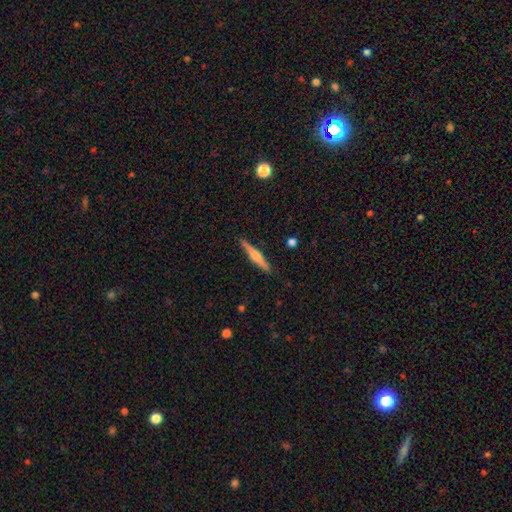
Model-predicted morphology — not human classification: Smooth or featured? featured or disk (56%)
Edge-on disk? yes (97%)
Edge-on bulge? rounded (72%)
Merging? none (90%)